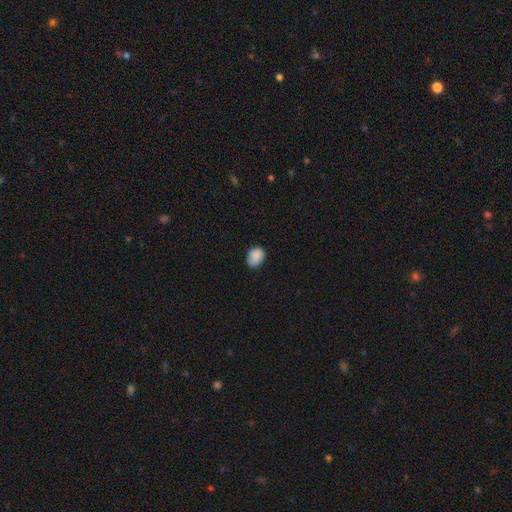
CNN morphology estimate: A smooth galaxy with no disk features (85%) that is in between round and cigar-shaped (68%). Merging: none (70%).